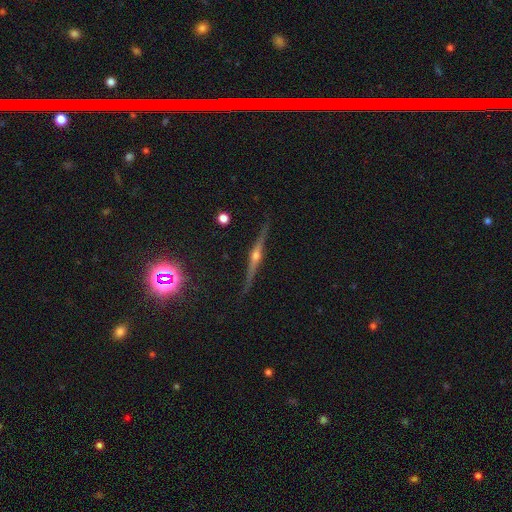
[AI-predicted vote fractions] This appears to be a featured or disk galaxy (83%) viewed edge-on (98%) with a rounded central bulge (93%). Merging: none (90%).